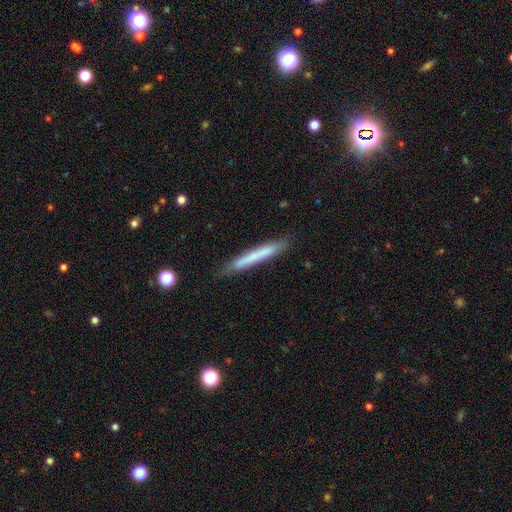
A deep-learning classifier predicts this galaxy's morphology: This appears to be a smooth galaxy with no disk features (65%) that is cigar-shaped (96%). Merging: none (83%).